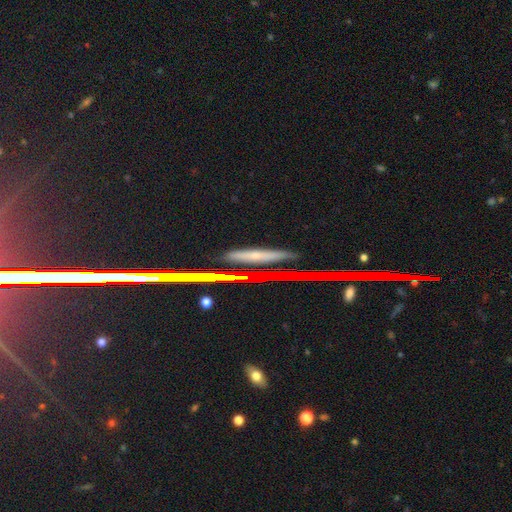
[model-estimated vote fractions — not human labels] Smooth or featured: featured or disk — 37% (smooth — 32%)
Merging: none — 86% (minor disturbance — 9%)